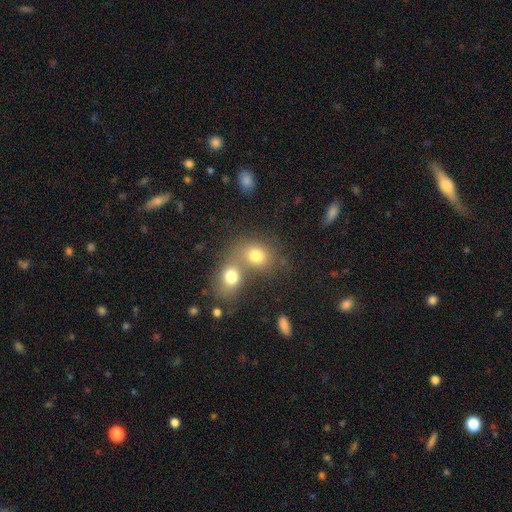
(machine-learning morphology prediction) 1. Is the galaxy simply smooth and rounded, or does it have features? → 75% smooth, 13% featured or disk, 12% star or artifact.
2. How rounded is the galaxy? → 50% round, 49% in between, 1% cigar-shaped.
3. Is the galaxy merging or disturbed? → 55% merger, 34% none, 7% minor disturbance, 4% major disturbance.